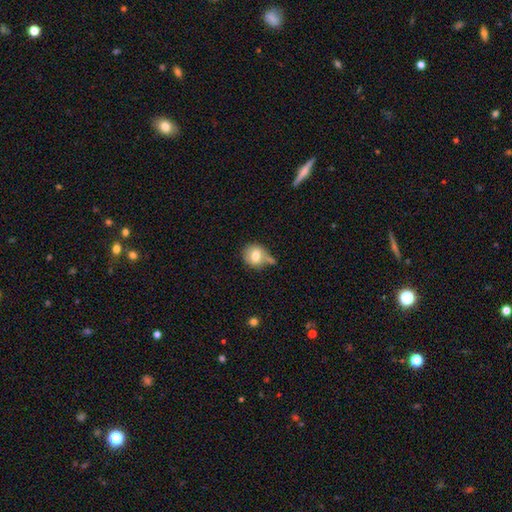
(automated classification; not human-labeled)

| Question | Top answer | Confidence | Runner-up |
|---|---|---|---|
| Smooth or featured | smooth | 75% | featured or disk (16%) |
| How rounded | round | 77% | in between (22%) |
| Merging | none | 48% | minor disturbance (24%) |